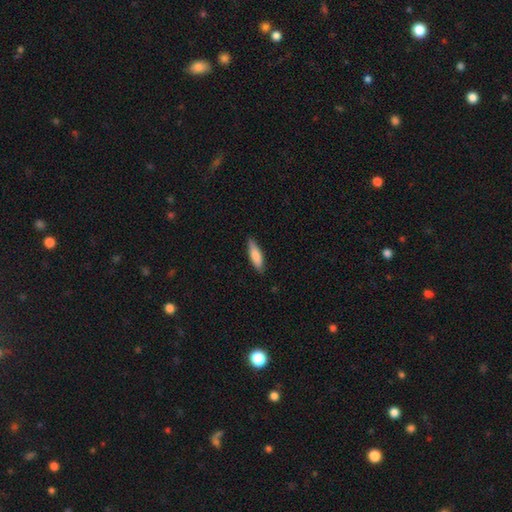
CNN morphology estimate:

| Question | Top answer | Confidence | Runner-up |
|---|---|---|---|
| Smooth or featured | smooth | 81% | featured or disk (14%) |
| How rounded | cigar-shaped | 63% | in between (35%) |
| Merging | none | 86% | minor disturbance (11%) |